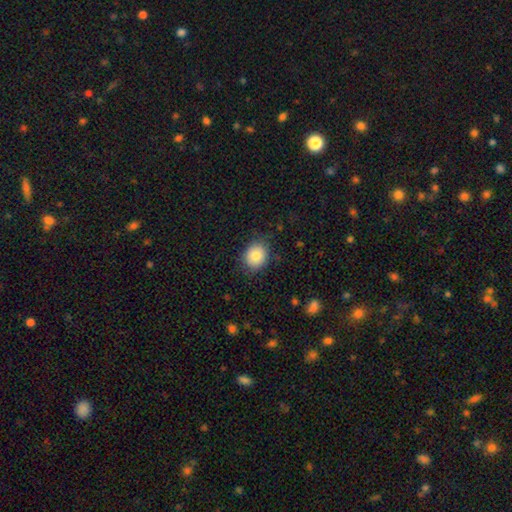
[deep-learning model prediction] Overall: smooth (82%). How rounded: round (69%; in between 30%). Merging: none (83%).